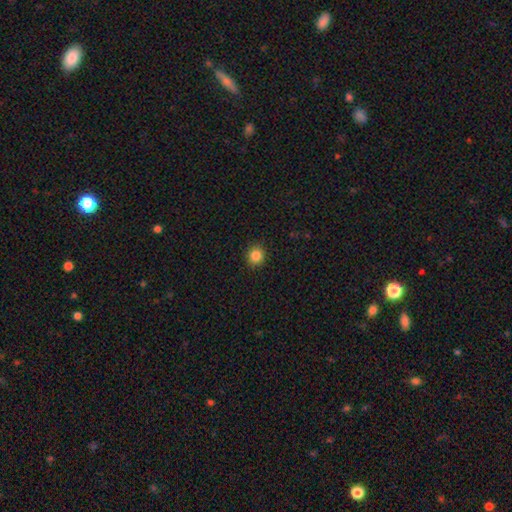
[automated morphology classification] Smooth or featured? Predicted: smooth (p=0.86). How rounded? Predicted: round (p=0.89). Merging? Predicted: none (p=0.91).